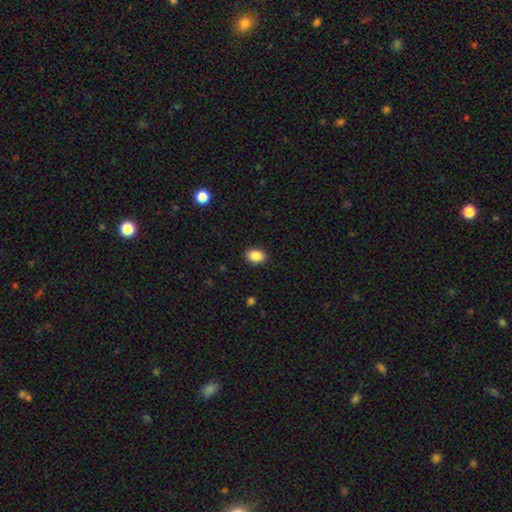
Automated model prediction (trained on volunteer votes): Smooth or featured? smooth (89%)
How rounded? in between (74%)
Merging? none (90%)